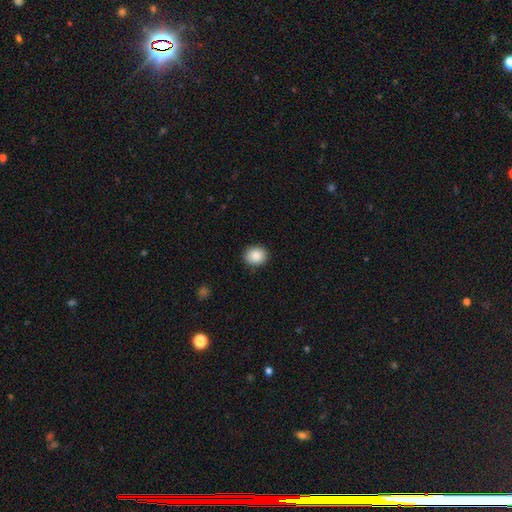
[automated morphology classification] type=smooth (88%); roundness=round (70%); merging=none (90%).